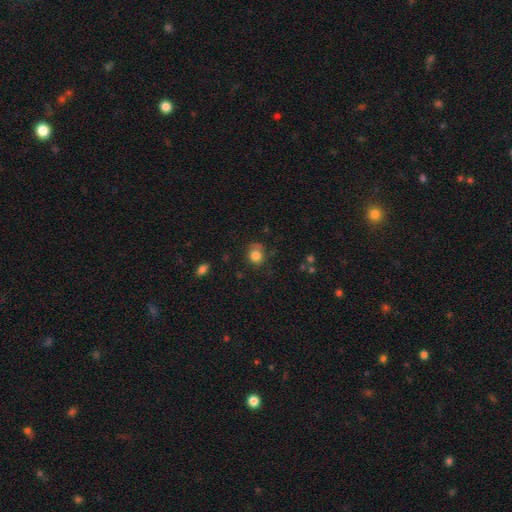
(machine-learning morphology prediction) A smooth galaxy with no disk features (82%) that is round (75%).

Vote fractions:
- Smooth or featured? smooth: 82% / star or artifact: 10% / featured or disk: 8%
- How rounded? round: 75% / in between: 24% / cigar-shaped: 1%
- Merging? none: 62% / minor disturbance: 25% / major disturbance: 10% / merger: 3%